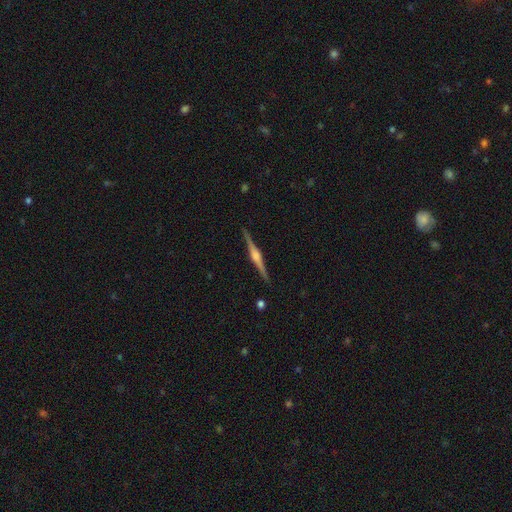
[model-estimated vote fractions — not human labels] Smooth or featured: featured or disk — 85% (smooth — 10%)
Edge-on disk: yes — 99% (no — 1%)
Edge-on bulge: rounded — 82% (boxy — 15%)
Merging: none — 91% (minor disturbance — 6%)